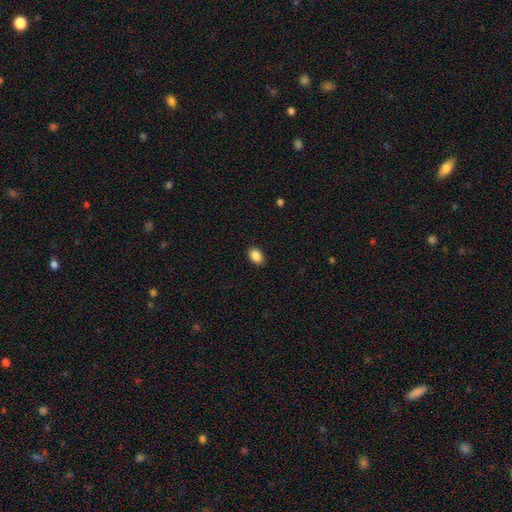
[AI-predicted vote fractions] smooth 89%, star or artifact 8%, featured or disk 3%. Down the decision tree: how rounded — in between (84%); merging — none (89%).